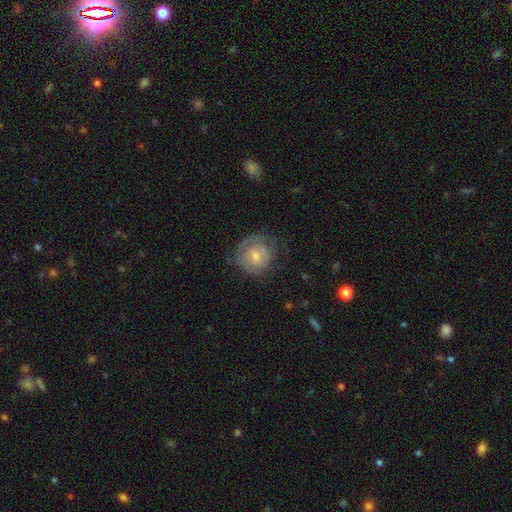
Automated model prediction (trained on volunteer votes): This appears to be a smooth galaxy with no disk features (48%). Merging: none (65%).